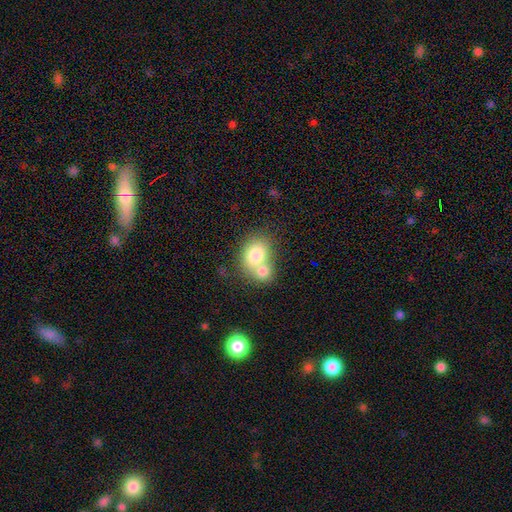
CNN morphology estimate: Smooth or featured?
  - smooth: 75% *
  - featured or disk: 17%
  - star or artifact: 8%
How rounded?
  - in between: 53% *
  - round: 46%
  - cigar-shaped: 1%
Merging?
  - merger: 63% *
  - none: 26%
  - minor disturbance: 8%
  - major disturbance: 4%